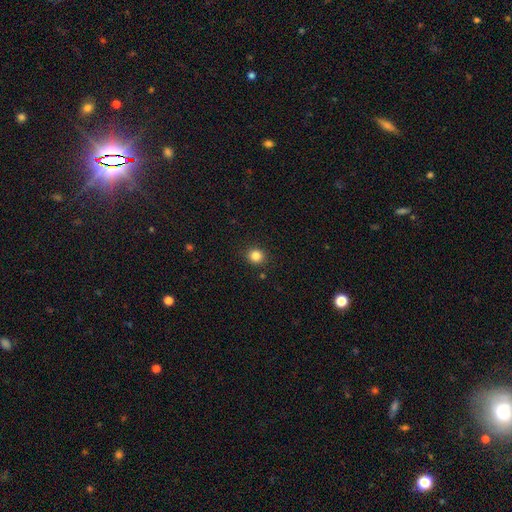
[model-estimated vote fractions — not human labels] This appears to be a smooth galaxy with no disk features (84%) that is round (86%). Merging: none (90%).